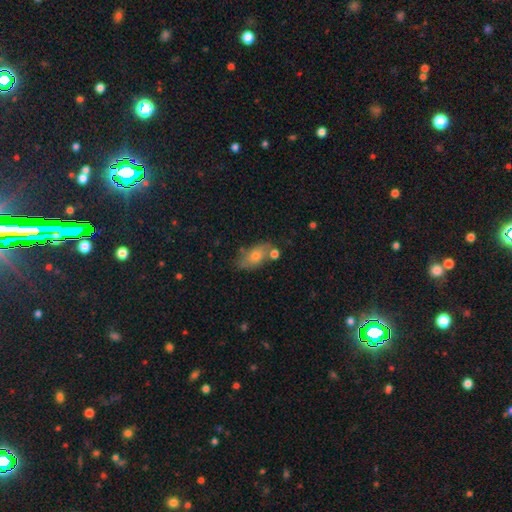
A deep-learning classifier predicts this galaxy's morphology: A smooth galaxy with no disk features (63%) that is in between round and cigar-shaped (82%). Merging: none (63%).